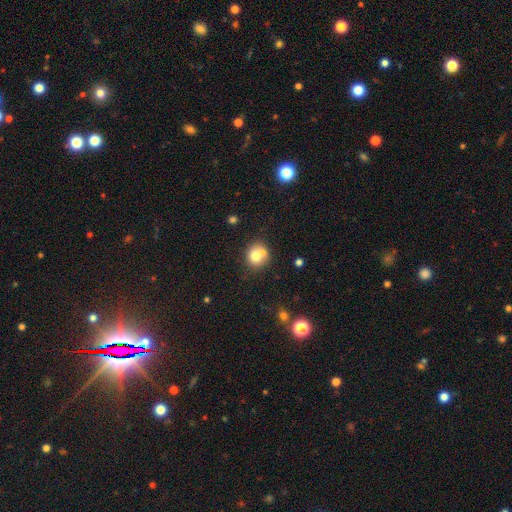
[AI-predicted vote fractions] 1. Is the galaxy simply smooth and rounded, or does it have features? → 73% smooth, 16% featured or disk, 11% star or artifact.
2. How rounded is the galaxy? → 81% round, 18% in between, 1% cigar-shaped.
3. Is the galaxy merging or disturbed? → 48% none, 38% merger, 11% minor disturbance, 4% major disturbance.